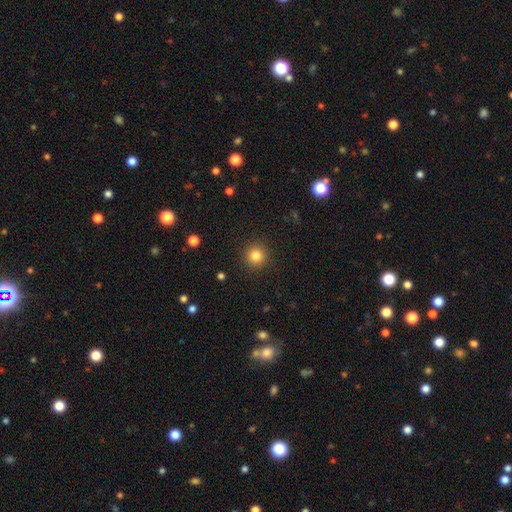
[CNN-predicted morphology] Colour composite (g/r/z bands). It shows a smooth galaxy with no disk features (83%) that is round (94%). Merging: none (91%).